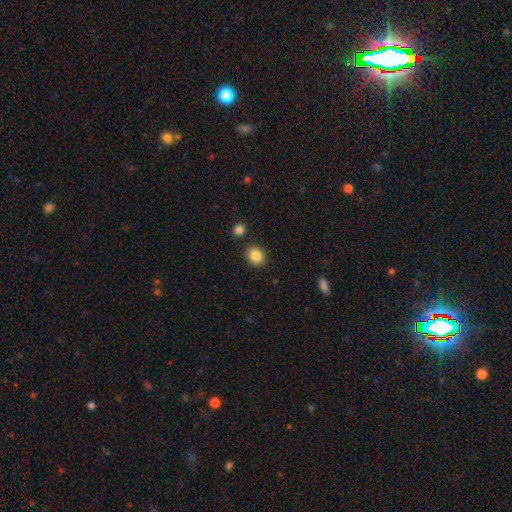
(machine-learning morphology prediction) Smooth or featured?
  - smooth: 86% *
  - star or artifact: 9%
  - featured or disk: 5%
How rounded?
  - round: 70% *
  - in between: 29%
  - cigar-shaped: 1%
Merging?
  - none: 87% *
  - minor disturbance: 7%
  - merger: 3%
  - major disturbance: 2%